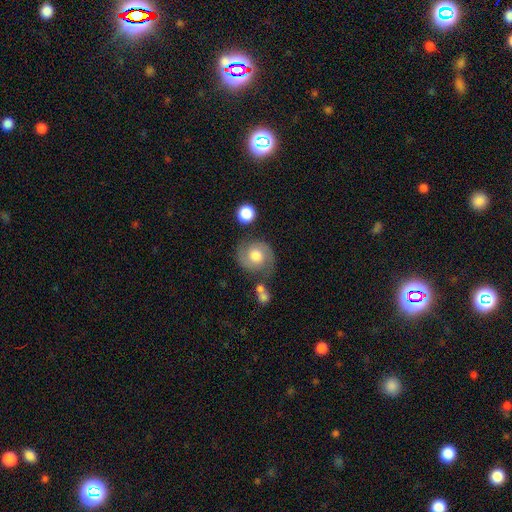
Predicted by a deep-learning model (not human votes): Smooth or featured? featured or disk (62%)
Edge-on disk? no (98%)
Bar? no (73%)
Spiral arms? yes (87%)
Spiral winding? medium (45%)
Spiral arm count? 2 (89%)
Bulge size? moderate (60%)
Merging? none (71%)